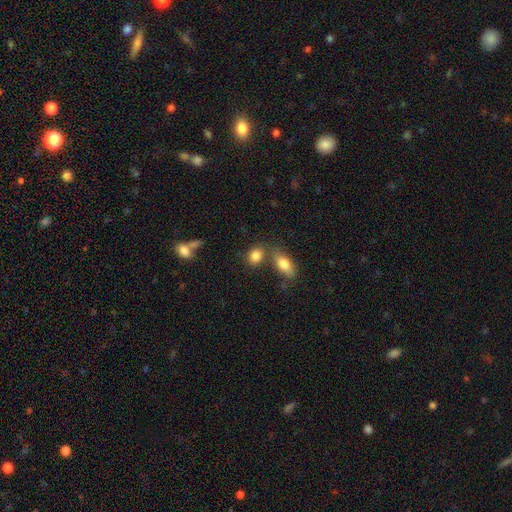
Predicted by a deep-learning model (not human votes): Smooth or featured: smooth — 84% (star or artifact — 9%)
How rounded: in between — 62% (round — 35%)
Merging: none — 59% (merger — 25%)